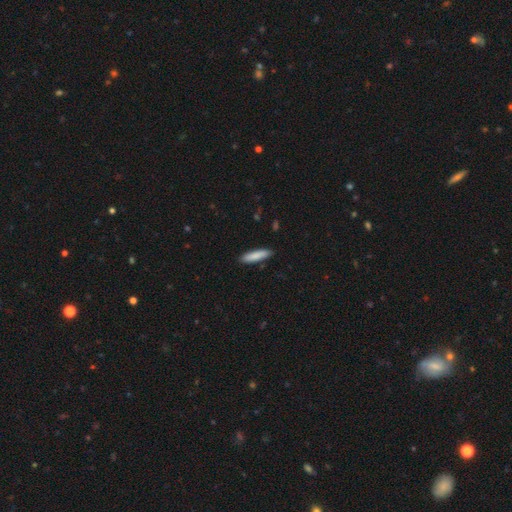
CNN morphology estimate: Q: Smooth or featured?
A: smooth (84%); runner-up: featured or disk (10%)
Q: How rounded?
A: cigar-shaped (79%); runner-up: in between (20%)
Q: Merging?
A: none (88%); runner-up: minor disturbance (9%)